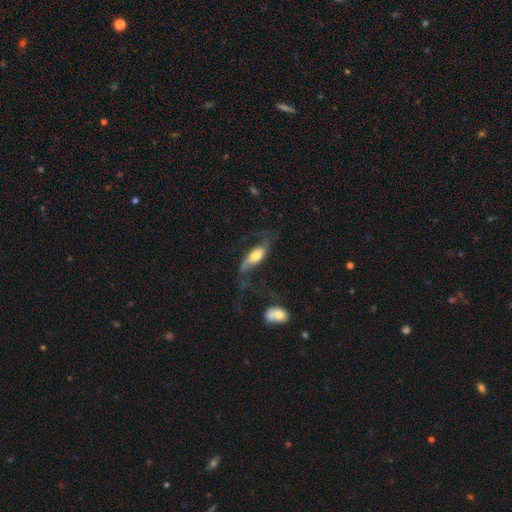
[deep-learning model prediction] smooth-or-featured: featured or disk: 55% | smooth: 39% | star or artifact: 7%
  disk-edge-on: no: 76% | yes: 24%
  merging: none: 46% | major disturbance: 29% | minor disturbance: 19% | merger: 6%